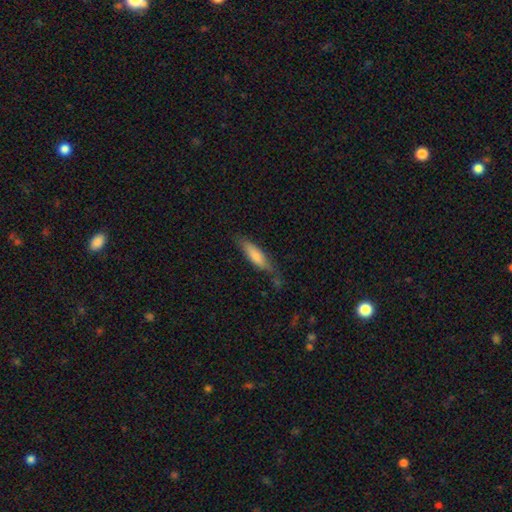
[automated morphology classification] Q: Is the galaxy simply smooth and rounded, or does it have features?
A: smooth — 75%.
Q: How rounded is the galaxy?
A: cigar-shaped — 60%.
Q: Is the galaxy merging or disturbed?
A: none — 60%.